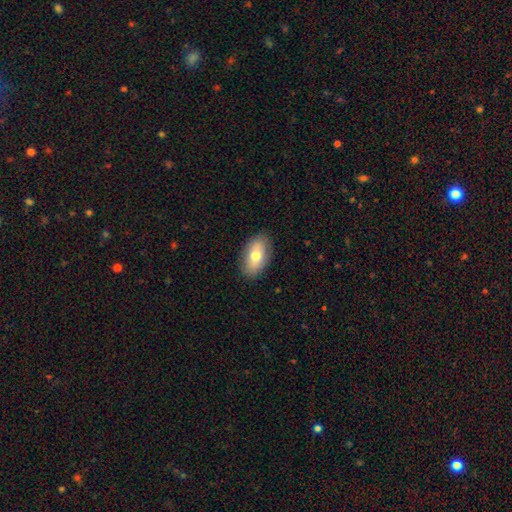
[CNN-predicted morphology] smooth_or_featured: smooth (p=0.72) [alt: featured or disk p=0.21]
how_rounded: in between (p=0.92) [alt: round p=0.06]
merging: none (p=0.87) [alt: minor disturbance p=0.10]